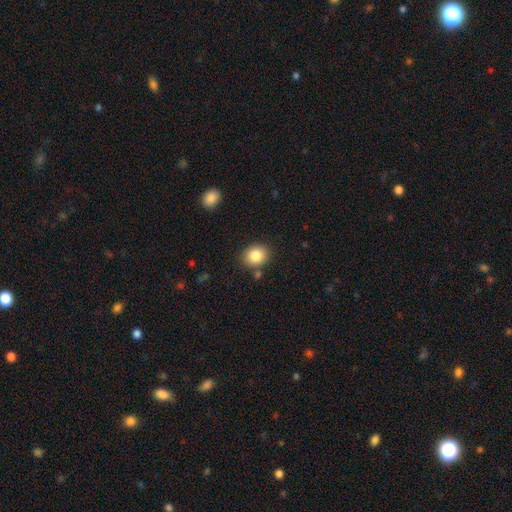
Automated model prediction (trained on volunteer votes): Morphology: type=smooth (84%); roundness=round (59%); merging=none (83%).